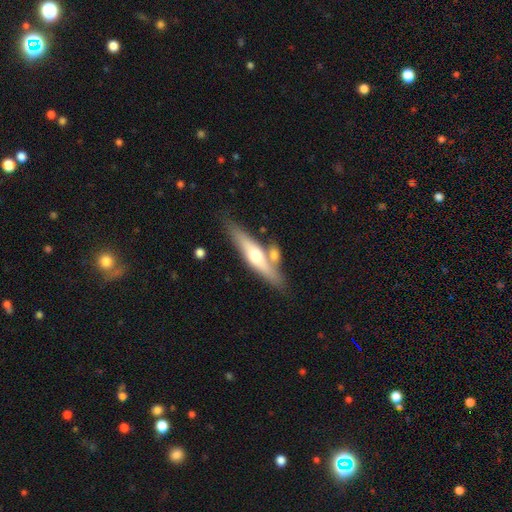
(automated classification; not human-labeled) Morphology: type=featured or disk (54%); edge-on=yes (88%); merging=none (64%).